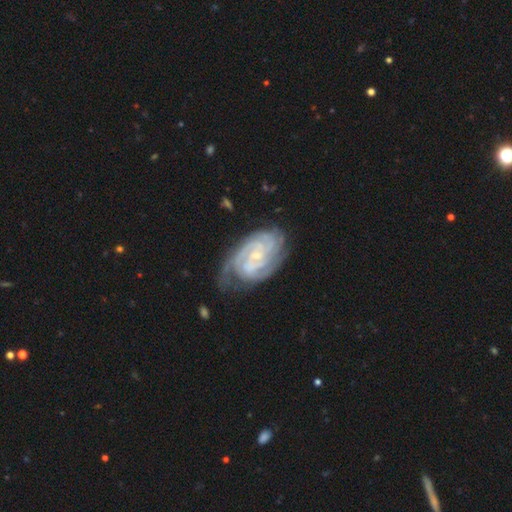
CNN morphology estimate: The model was most divided on "spiral arm count": 2: 30%, 3: 26%, can't tell: 18%, 4: 14%, more than 4: 6%, 1: 6%. More confident: spiral arms — yes (98%); edge-on disk — no (97%); smooth or featured — featured or disk (89%); spiral winding — tight (75%); bulge size — small (72%); merging — none (69%); bar — no (52%).